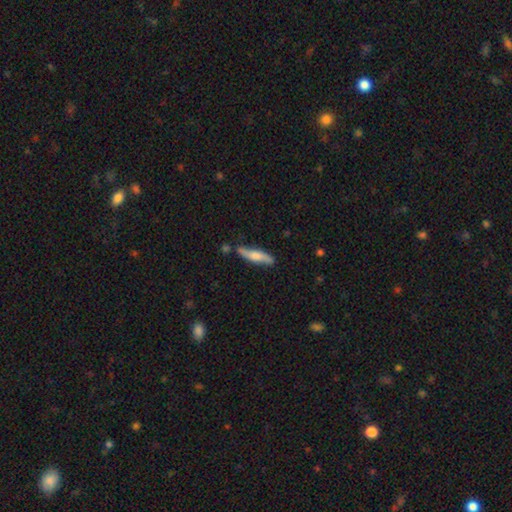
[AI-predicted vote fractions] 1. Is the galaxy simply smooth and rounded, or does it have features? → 55% smooth, 40% featured or disk, 6% star or artifact.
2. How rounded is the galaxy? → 78% cigar-shaped, 20% in between, 2% round.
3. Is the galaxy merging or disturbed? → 73% none, 18% minor disturbance, 6% merger, 4% major disturbance.